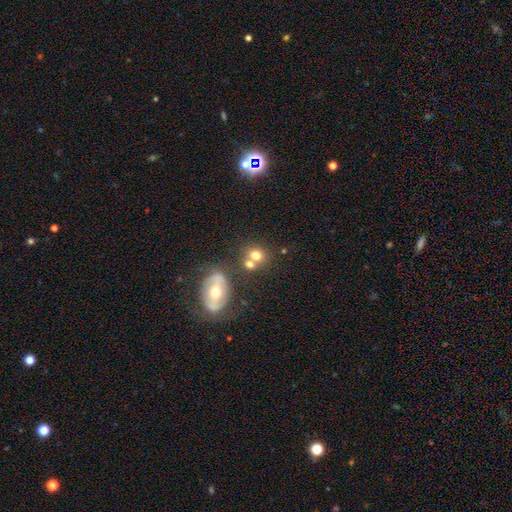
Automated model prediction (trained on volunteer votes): Morphology: type=smooth (69%); roundness=round (77%); merging=none (51%).